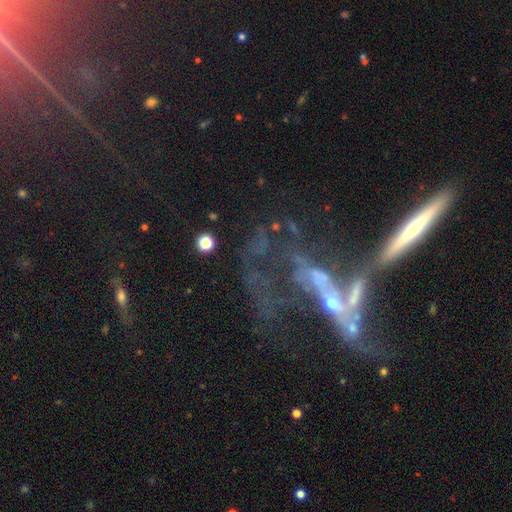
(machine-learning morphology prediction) smooth-or-featured: featured or disk: 62% | star or artifact: 21% | smooth: 17%
  disk-edge-on: no: 71% | yes: 29%
  merging: merger: 40% | major disturbance: 30% | none: 20% | minor disturbance: 10%